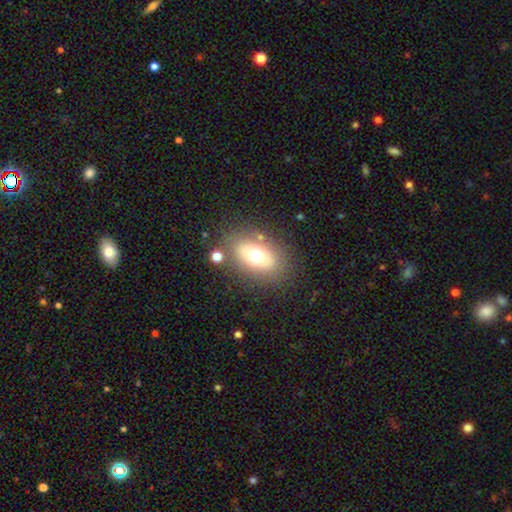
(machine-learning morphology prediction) A smooth galaxy with no disk features (63%) that is in between round and cigar-shaped (79%). Merging: none (76%).